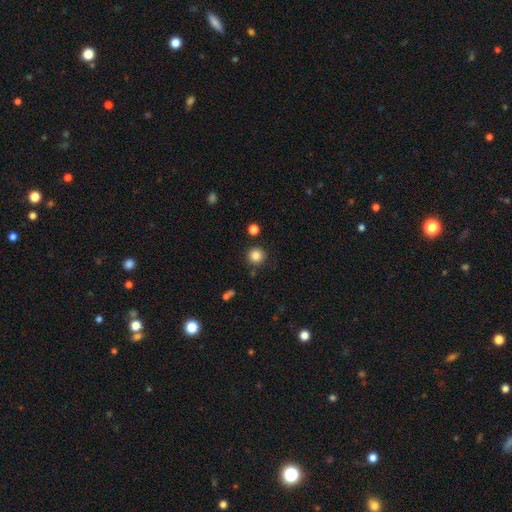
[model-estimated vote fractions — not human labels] Morphology: type=smooth (84%); roundness=round (94%); merging=none (86%).